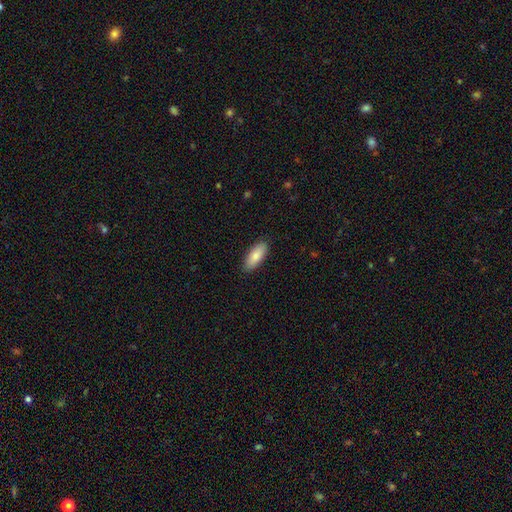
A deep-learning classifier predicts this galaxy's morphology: type=smooth (83%); roundness=in between (77%); merging=none (89%).